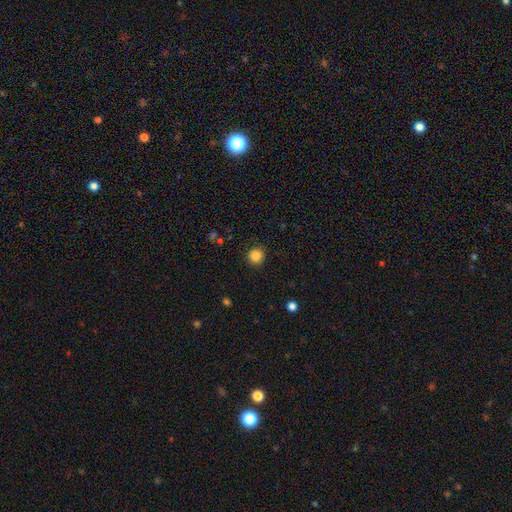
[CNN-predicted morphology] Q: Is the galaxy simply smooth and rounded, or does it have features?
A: smooth — 85%.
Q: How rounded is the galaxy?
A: round — 94%.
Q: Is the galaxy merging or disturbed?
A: none — 90%.